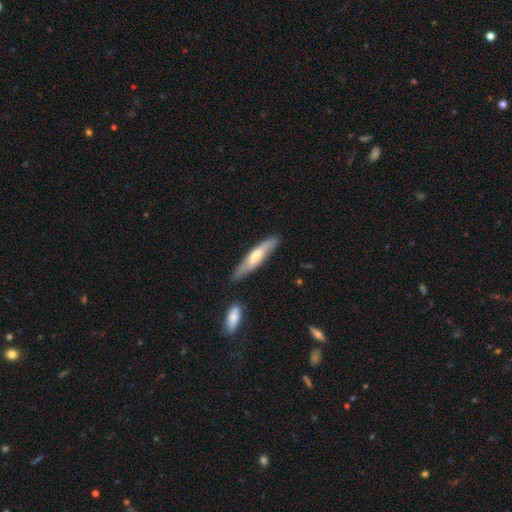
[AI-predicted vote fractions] Smooth or featured?
  - smooth: 47% *
  - featured or disk: 46%
  - star or artifact: 6%
Merging?
  - none: 73% *
  - minor disturbance: 19%
  - merger: 5%
  - major disturbance: 4%